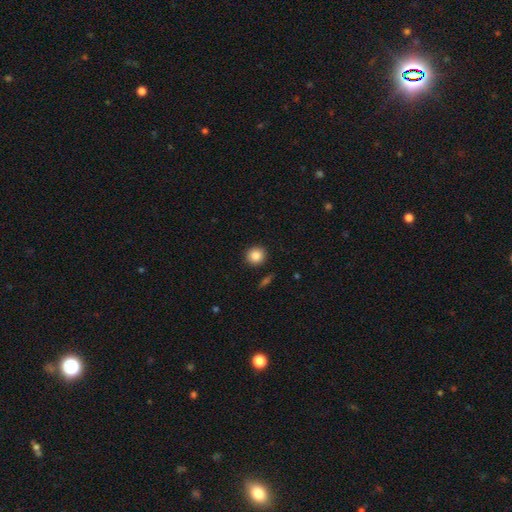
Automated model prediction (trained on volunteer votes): This is clearly a smooth galaxy (86%). How rounded: clearly round (91%). Merging: clearly none (91%).